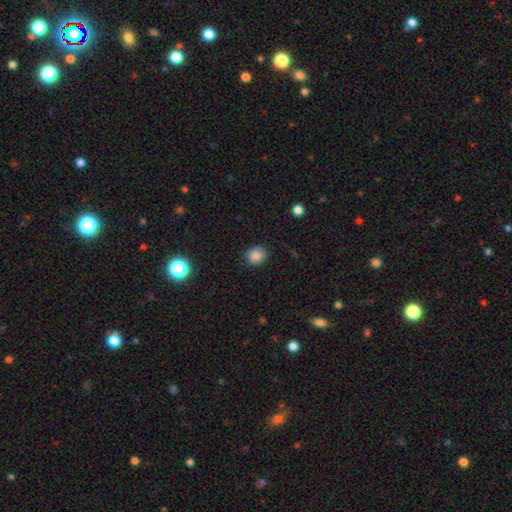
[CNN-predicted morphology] smooth 84%, star or artifact 11%, featured or disk 5%. Down the decision tree: how rounded — round (76%); merging — none (85%).